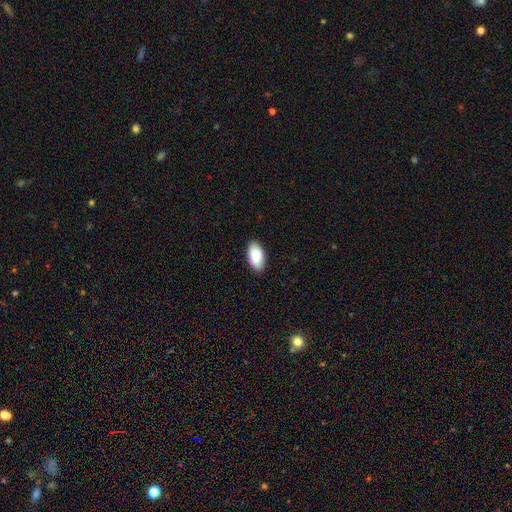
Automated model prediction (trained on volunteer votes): Overall: smooth (89%). How rounded: in between (95%). Merging: none (89%).